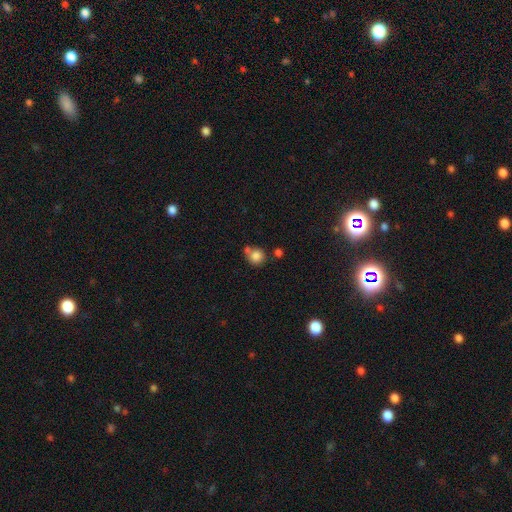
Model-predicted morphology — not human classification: Smooth or featured?
  - smooth: 83% *
  - star or artifact: 10%
  - featured or disk: 7%
How rounded?
  - round: 89% *
  - in between: 10%
  - cigar-shaped: 1%
Merging?
  - none: 56% *
  - merger: 27%
  - minor disturbance: 12%
  - major disturbance: 4%